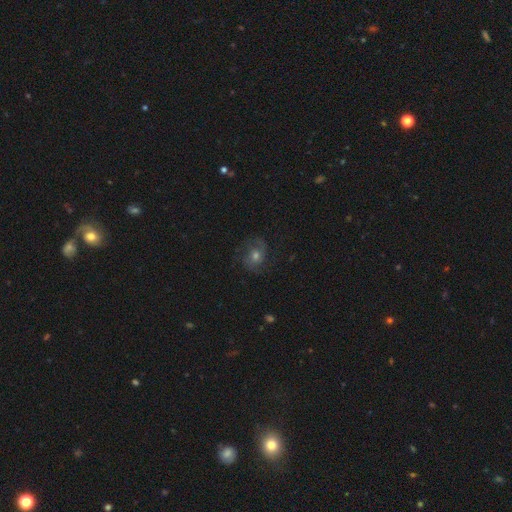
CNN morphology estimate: A featured or disk galaxy (62%) with no bar (70%), 2 (63%) medium (48%) spiral arms (90%) and a moderate central bulge (61%). Merging: none (74%).